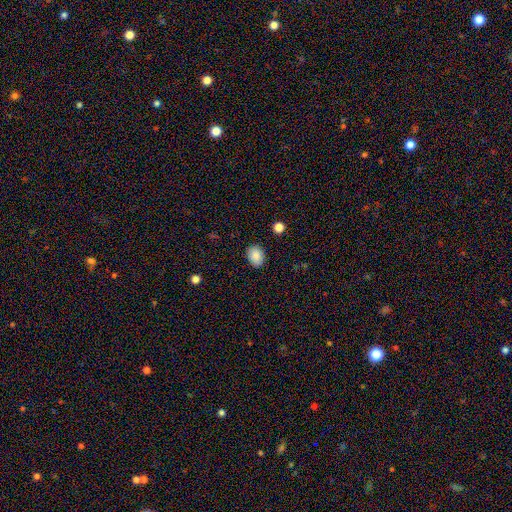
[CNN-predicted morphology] The model was most divided on "how rounded": in between: 70%, round: 29%, cigar-shaped: 1%. More confident: smooth or featured — smooth (88%); merging — none (87%).